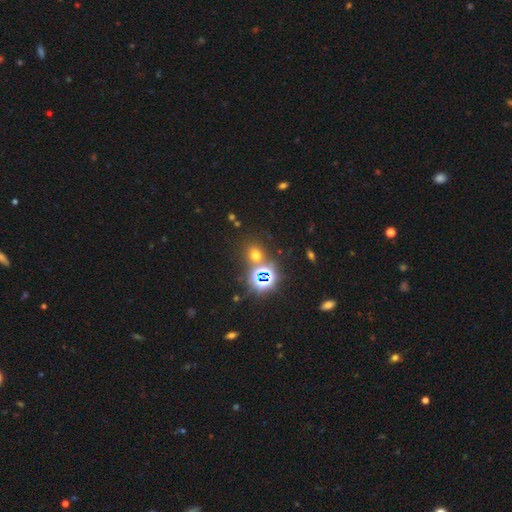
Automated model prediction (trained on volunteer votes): A smooth galaxy with no disk features (50%). Merging: none (75%).